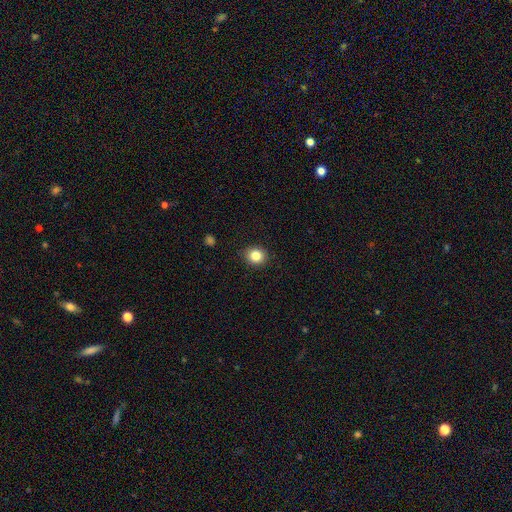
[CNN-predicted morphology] smooth-or-featured: smooth: 85% | star or artifact: 10% | featured or disk: 5%
  how-rounded: round: 77% | in between: 22% | cigar-shaped: 1%
  merging: none: 89% | minor disturbance: 8% | major disturbance: 2% | merger: 1%